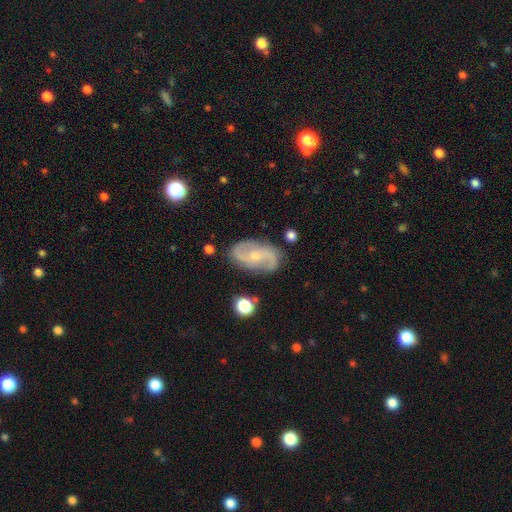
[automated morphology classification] smooth-or-featured: featured or disk: 82% | smooth: 12% | star or artifact: 6%
  disk-edge-on: no: 97% | yes: 3%
    bar: no: 52% | weak: 38% | strong: 10%
    has-spiral-arms: yes: 95% | no: 5%
      spiral-winding: medium: 43% | loose: 40% | tight: 17%
      spiral-arm-count: 2: 91% | can't tell: 4% | 3: 2% | 1: 1% | 4: 1% | more than 4: 1%
    bulge-size: small: 62% | moderate: 32% | none: 4% | large: 2% | dominant: 1%
  merging: none: 82% | minor disturbance: 12% | major disturbance: 3% | merger: 2%